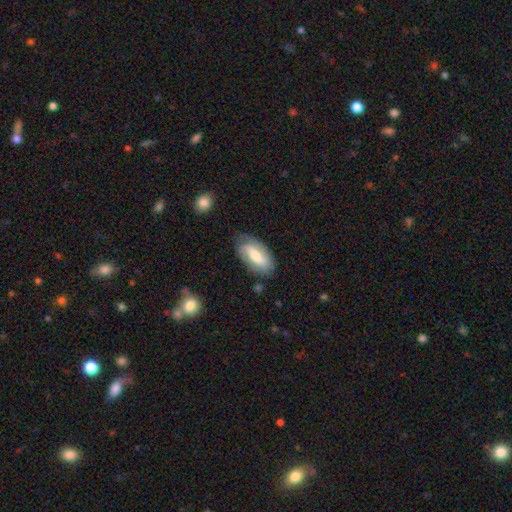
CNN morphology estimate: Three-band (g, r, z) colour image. It shows a featured or disk galaxy (54%). Merging: none (75%).